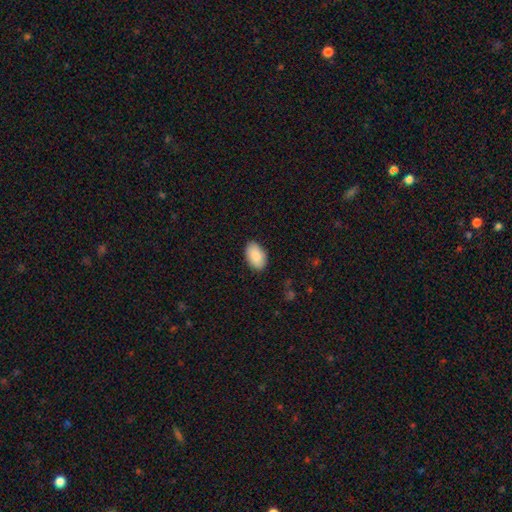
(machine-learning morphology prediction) smooth 89%, star or artifact 6%, featured or disk 5%. Down the decision tree: how rounded — in between (93%); merging — none (87%).